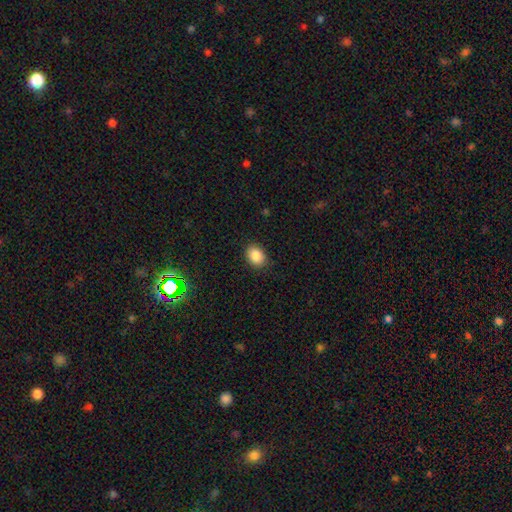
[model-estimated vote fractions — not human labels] This is clearly a smooth galaxy (87%). How rounded: likely in between (64%). Merging: clearly none (88%).